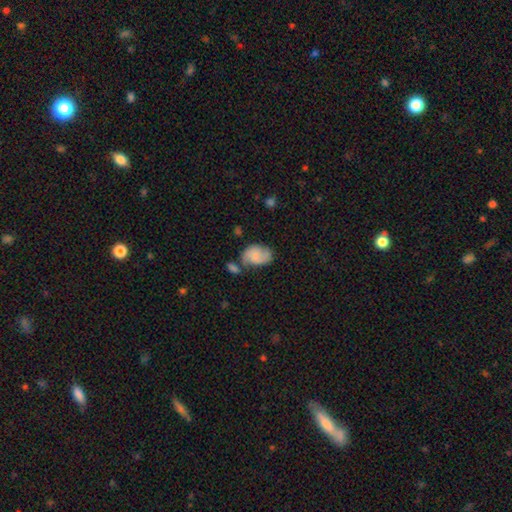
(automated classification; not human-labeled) Smooth or featured?
  - smooth: 49% *
  - featured or disk: 43%
  - star or artifact: 8%
Merging?
  - none: 49% *
  - minor disturbance: 25%
  - merger: 16%
  - major disturbance: 9%